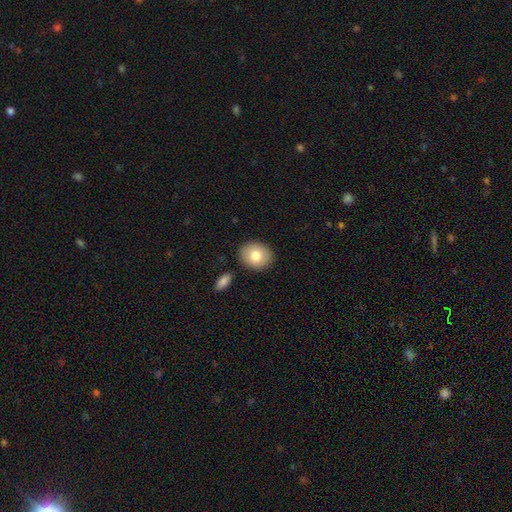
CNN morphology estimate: A smooth galaxy with no disk features (79%) that is round (53%). Merging: none (86%).